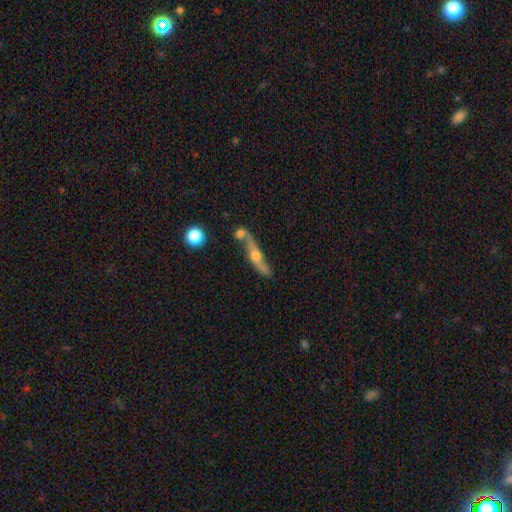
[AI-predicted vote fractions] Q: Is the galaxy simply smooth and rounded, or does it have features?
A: featured or disk — 74%.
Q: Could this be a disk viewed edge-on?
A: yes — 66%.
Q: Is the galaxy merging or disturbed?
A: none — 56%.